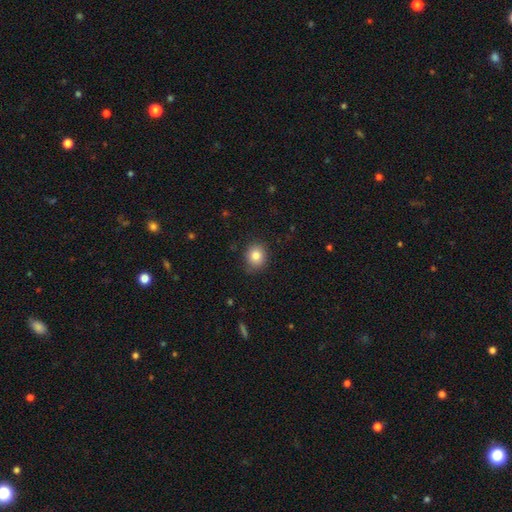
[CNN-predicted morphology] Smooth or featured: smooth — 84% (star or artifact — 10%)
How rounded: round — 76% (in between — 23%)
Merging: none — 83% (minor disturbance — 13%)